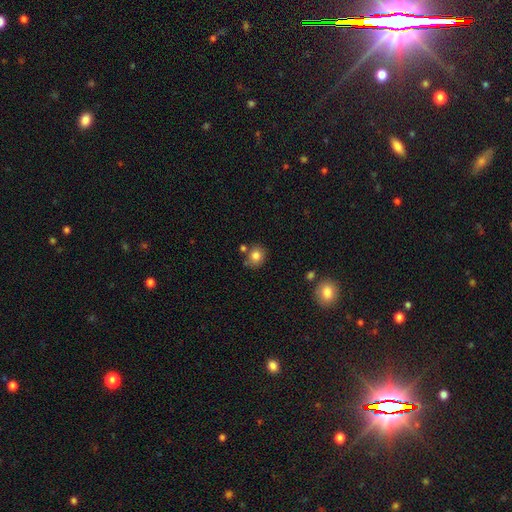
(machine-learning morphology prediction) Q: Smooth or featured?
A: smooth (82%); runner-up: star or artifact (10%)
Q: How rounded?
A: round (79%); runner-up: in between (20%)
Q: Merging?
A: none (70%); runner-up: minor disturbance (14%)